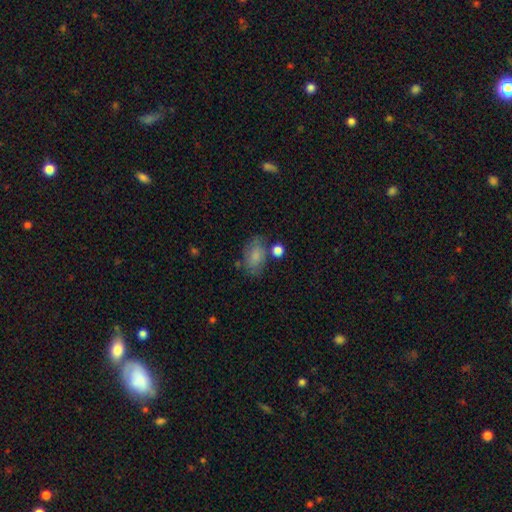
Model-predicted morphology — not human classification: Smooth or featured? Predicted: smooth (p=0.76). How rounded? Predicted: in between (p=0.84). Merging? Predicted: none (p=0.58).